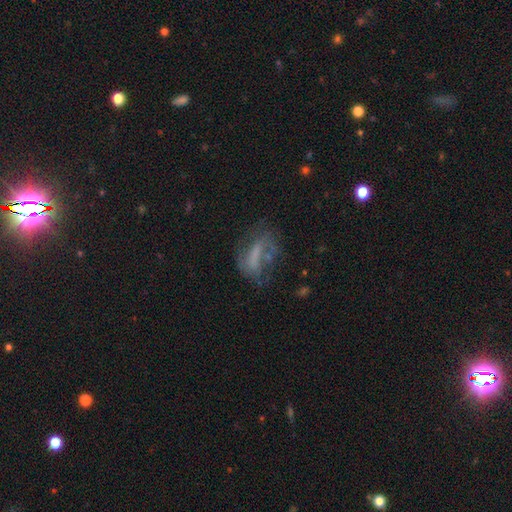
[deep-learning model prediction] Overall: featured or disk (45%; smooth 40%). Merging: none (42%; major disturbance 29%).